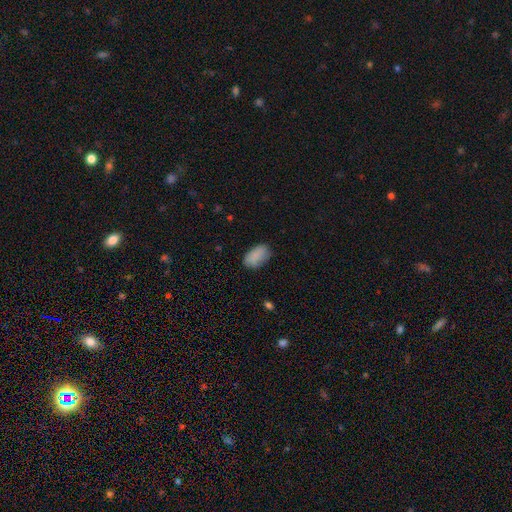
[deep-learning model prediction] This is clearly a smooth galaxy (87%). How rounded: clearly in between (93%). Merging: likely none (77%).